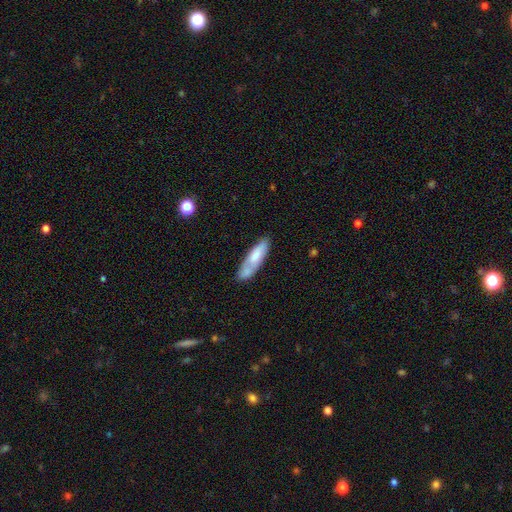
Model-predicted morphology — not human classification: A smooth galaxy with no disk features (68%) that is cigar-shaped (54%). Merging: none (64%).